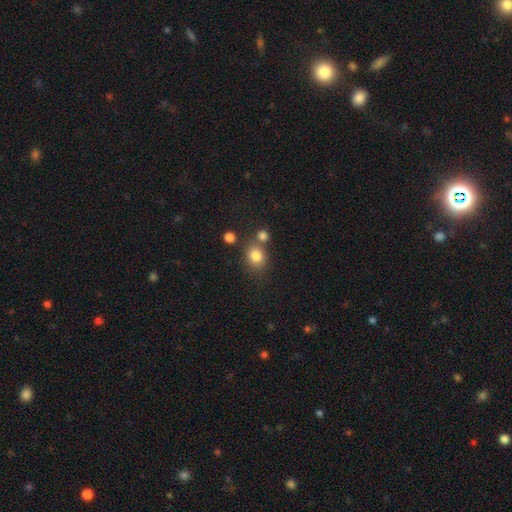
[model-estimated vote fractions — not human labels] smooth_or_featured: smooth (p=0.81) [alt: star or artifact p=0.12]
how_rounded: round (p=0.72) [alt: in between p=0.28]
merging: none (p=0.63) [alt: merger p=0.23]